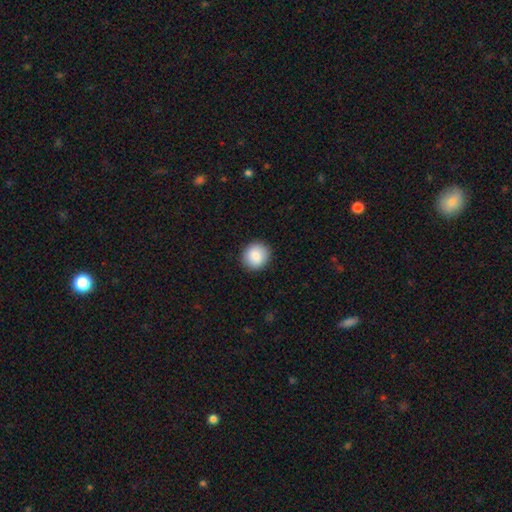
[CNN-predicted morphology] This is clearly a smooth galaxy (88%). How rounded: clearly round (90%). Merging: clearly none (91%).